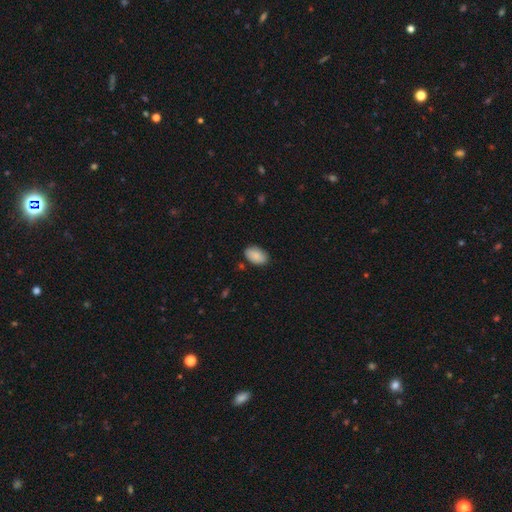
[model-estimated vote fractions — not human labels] This appears to be a smooth galaxy with no disk features (89%) that is in between round and cigar-shaped (92%). Merging: none (85%).